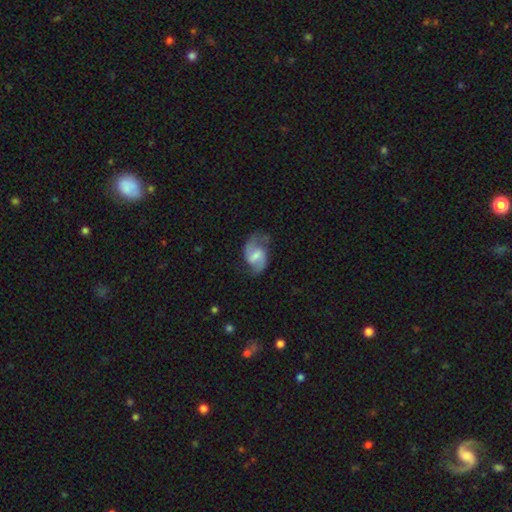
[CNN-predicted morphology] smooth-or-featured: featured or disk: 77% | smooth: 17% | star or artifact: 6%
  disk-edge-on: no: 97% | yes: 3%
    bar: weak: 54% | strong: 23% | no: 23%
    has-spiral-arms: yes: 93% | no: 7%
      spiral-winding: medium: 46% | loose: 43% | tight: 12%
      spiral-arm-count: 2: 89% | can't tell: 5% | 1: 3% | 3: 1% | 4: 1% | more than 4: 1%
    bulge-size: small: 41% | moderate: 39% | none: 13% | large: 6% | dominant: 1%
  merging: none: 67% | minor disturbance: 20% | major disturbance: 11% | merger: 2%